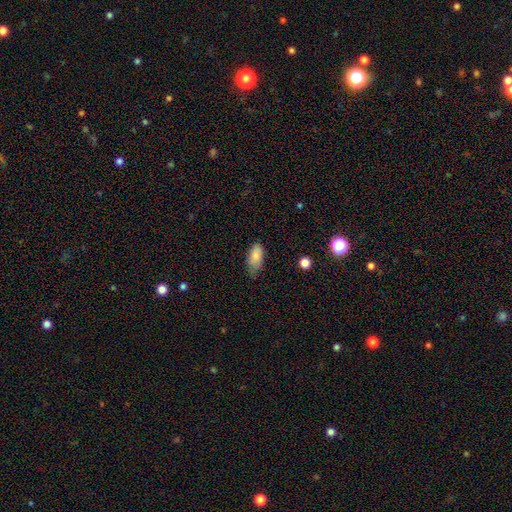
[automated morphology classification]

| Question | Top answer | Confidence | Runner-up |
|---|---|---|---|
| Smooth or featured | smooth | 84% | featured or disk (8%) |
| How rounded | in between | 91% | cigar-shaped (6%) |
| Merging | none | 58% | minor disturbance (33%) |